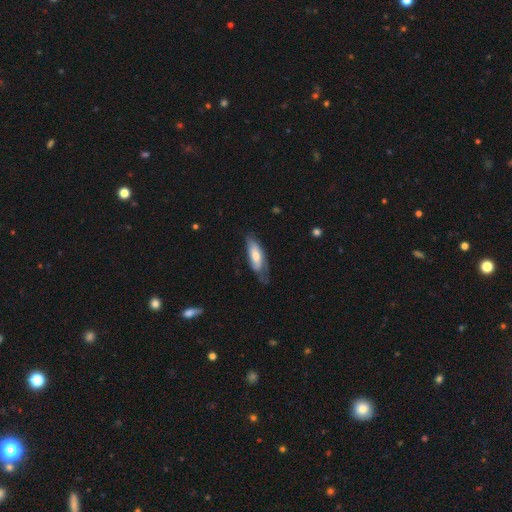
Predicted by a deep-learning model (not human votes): Morphology: type=smooth (67%); roundness=in between (62%); merging=none (48%).